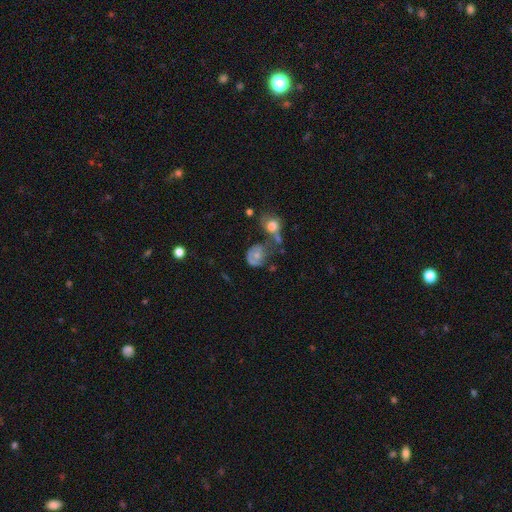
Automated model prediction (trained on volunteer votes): Smooth or featured?
  - featured or disk: 51% *
  - smooth: 40%
  - star or artifact: 9%
Edge-on disk?
  - no: 96% *
  - yes: 4%
Merging?
  - merger: 31% *
  - none: 27%
  - major disturbance: 24%
  - minor disturbance: 18%